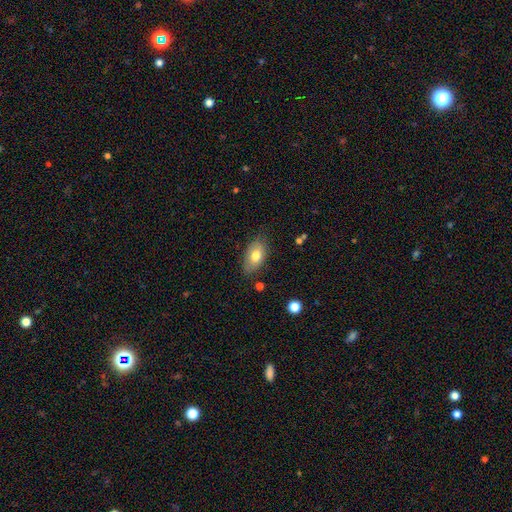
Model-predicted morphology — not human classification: Smooth or featured: smooth — 75% (featured or disk — 17%)
How rounded: in between — 91% (round — 6%)
Merging: none — 75% (minor disturbance — 19%)